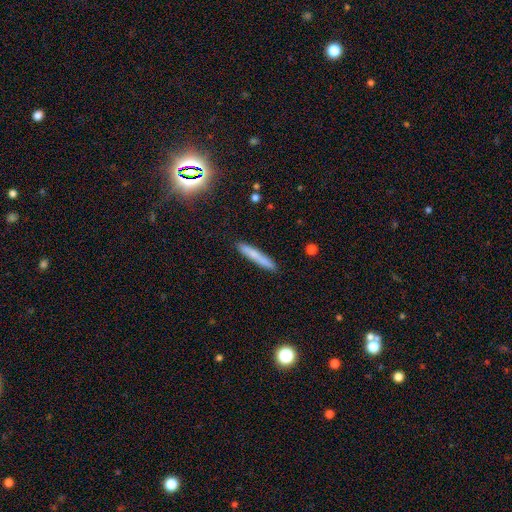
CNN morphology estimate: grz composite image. It shows a smooth galaxy with no disk features (71%) that is cigar-shaped (95%). Merging: none (89%).